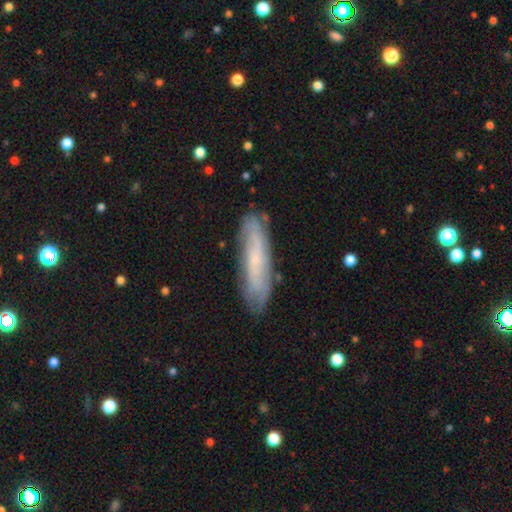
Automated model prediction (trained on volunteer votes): Morphology: type=featured or disk (49%); merging=none (80%).